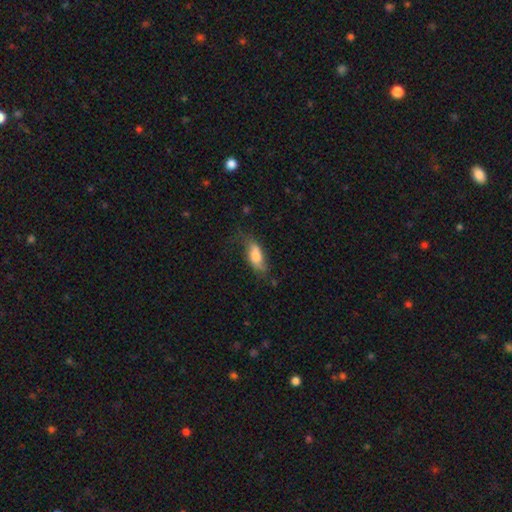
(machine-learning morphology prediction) smooth 65%, featured or disk 28%, star or artifact 7%. Down the decision tree: how rounded — in between (78%); merging — none (50%).